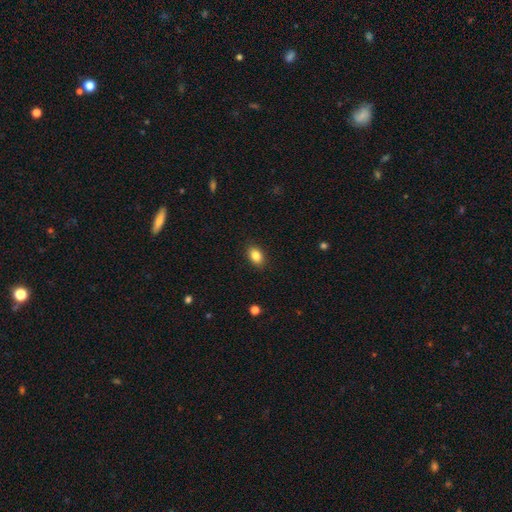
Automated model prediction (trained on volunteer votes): smooth 85%, star or artifact 9%, featured or disk 6%. Down the decision tree: how rounded — in between (84%); merging — none (88%).